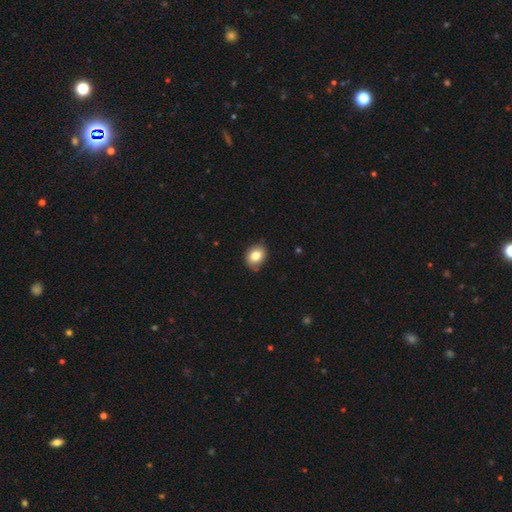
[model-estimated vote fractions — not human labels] The model was most divided on "how rounded": in between: 53%, round: 46%, cigar-shaped: 1%. More confident: smooth or featured — smooth (81%); merging — none (80%).